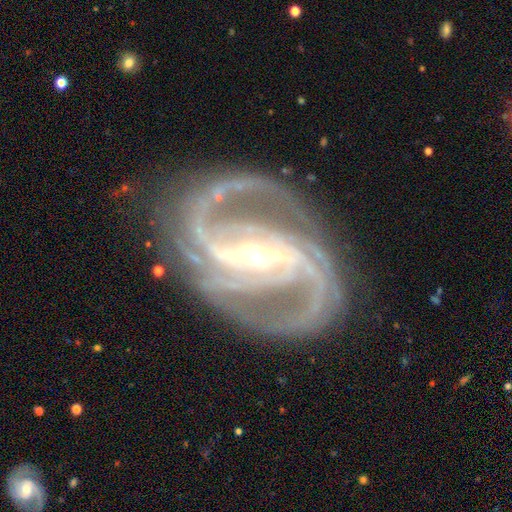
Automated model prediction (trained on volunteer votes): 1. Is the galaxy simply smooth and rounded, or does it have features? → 93% featured or disk, 5% star or artifact, 2% smooth.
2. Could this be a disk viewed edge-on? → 97% no, 3% yes.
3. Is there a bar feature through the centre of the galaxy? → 69% strong, 24% weak, 7% no.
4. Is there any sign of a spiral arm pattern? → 99% yes, 1% no.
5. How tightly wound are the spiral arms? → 55% medium, 34% tight, 11% loose.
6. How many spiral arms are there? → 59% 2, 21% 3, 7% 4, 6% can't tell, 4% more than 4, 4% 1.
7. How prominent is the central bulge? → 63% small, 33% moderate, 2% large, 1% none, 1% dominant.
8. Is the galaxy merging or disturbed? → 77% none, 15% minor disturbance, 7% major disturbance, 1% merger.